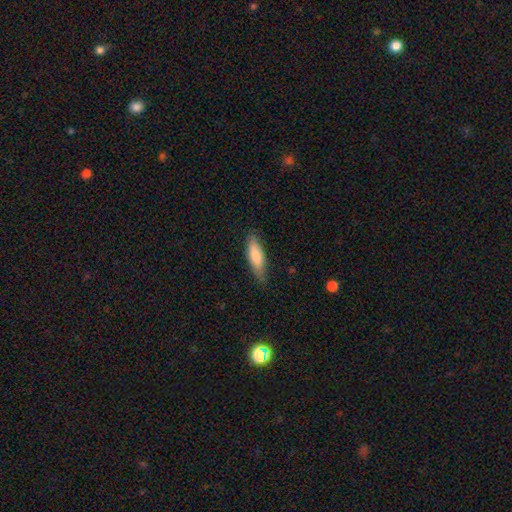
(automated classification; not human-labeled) Overall: smooth (82%). How rounded: in between (52%; cigar-shaped 46%). Merging: none (79%).